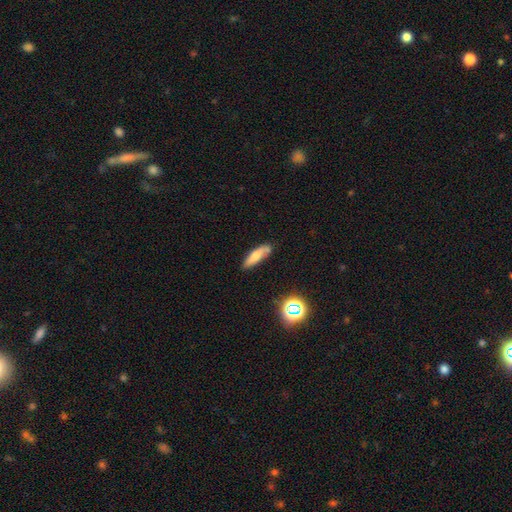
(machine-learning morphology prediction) Smooth or featured?
  - smooth: 63% *
  - featured or disk: 28%
  - star or artifact: 10%
How rounded?
  - cigar-shaped: 60% *
  - in between: 37%
  - round: 3%
Merging?
  - none: 72% *
  - minor disturbance: 20%
  - major disturbance: 4%
  - merger: 4%